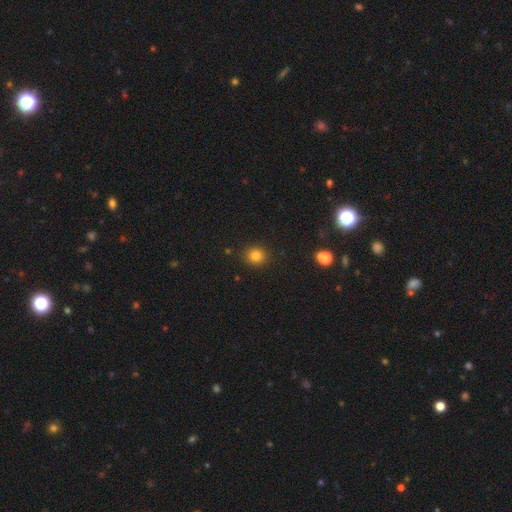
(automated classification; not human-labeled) A smooth galaxy with no disk features (83%) that is round (84%). Merging: none (90%).